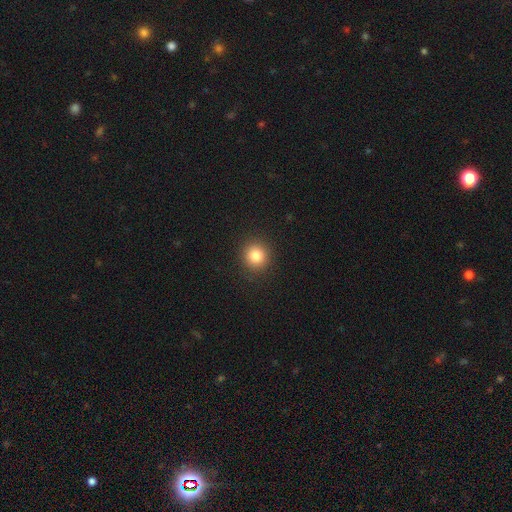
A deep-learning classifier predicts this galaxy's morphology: A smooth galaxy with no disk features (83%) that is round (91%).

Vote fractions:
- Smooth or featured? smooth: 83% / star or artifact: 11% / featured or disk: 6%
- How rounded? round: 91% / in between: 8% / cigar-shaped: 1%
- Merging? none: 91% / minor disturbance: 6% / major disturbance: 2% / merger: 1%